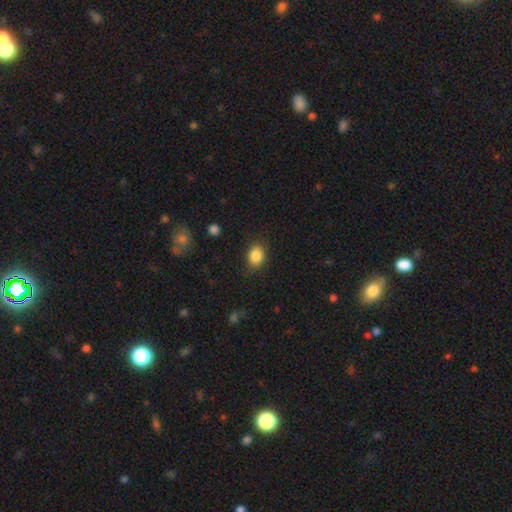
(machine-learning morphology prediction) type=smooth (86%); roundness=in between (55%); merging=none (79%).